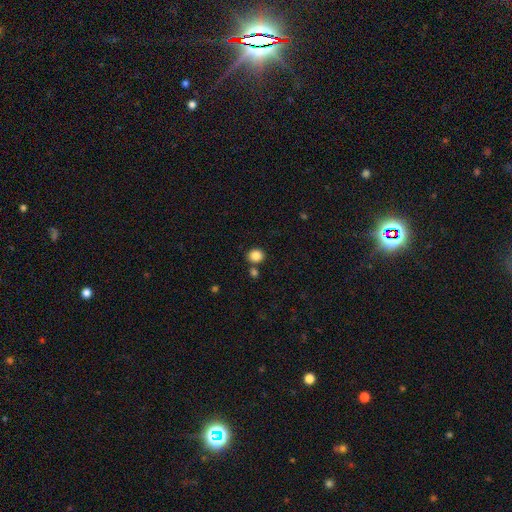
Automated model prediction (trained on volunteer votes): Smooth or featured?
  - smooth: 86% *
  - star or artifact: 10%
  - featured or disk: 4%
How rounded?
  - round: 78% *
  - in between: 21%
  - cigar-shaped: 1%
Merging?
  - none: 79% *
  - merger: 11%
  - minor disturbance: 8%
  - major disturbance: 3%